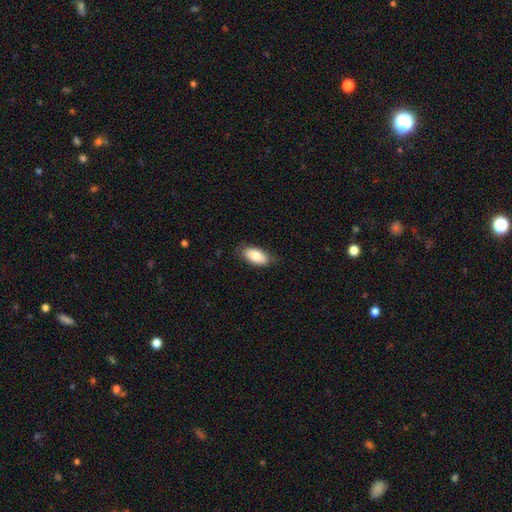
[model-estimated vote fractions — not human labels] Morphology: type=smooth (80%); roundness=in between (93%); merging=none (80%).